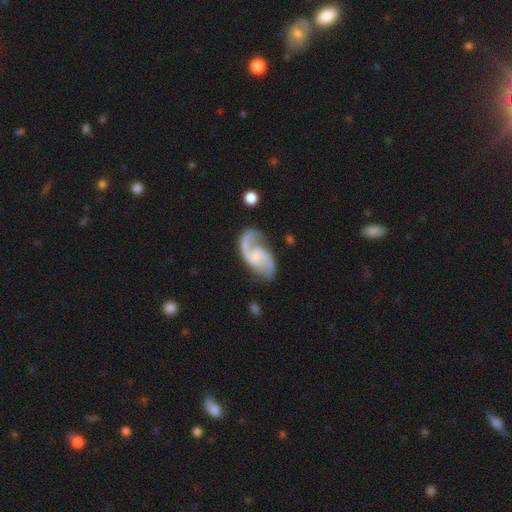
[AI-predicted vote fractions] Smooth or featured: featured or disk — 88% (smooth — 7%)
Edge-on disk: no — 98% (yes — 2%)
Bar: weak — 46% (no — 41%)
Spiral arms: yes — 97% (no — 3%)
Spiral winding: loose — 50% (medium — 41%)
Spiral arm count: 2 — 91% (1 — 3%)
Bulge size: none — 45% (small — 36%)
Merging: none — 69% (minor disturbance — 18%)